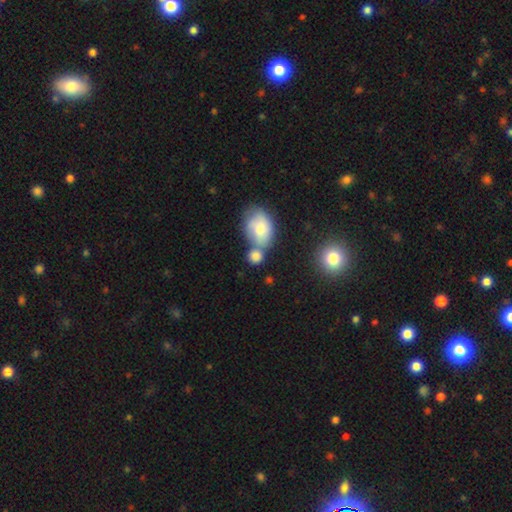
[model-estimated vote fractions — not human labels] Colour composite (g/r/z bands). It shows a smooth galaxy with no disk features (76%) that is round (58%). Merging: none (43%).